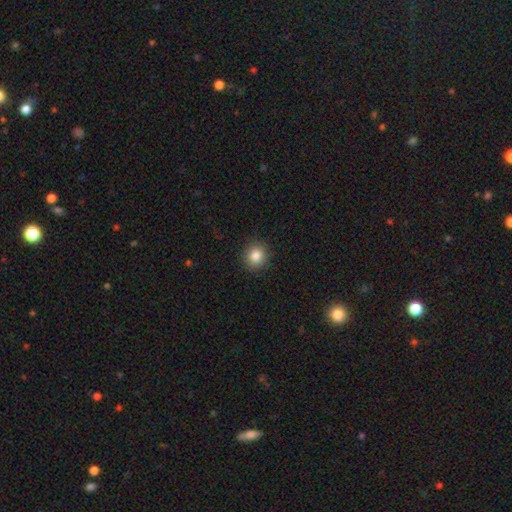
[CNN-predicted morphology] Smooth or featured? smooth (84%)
How rounded? round (88%)
Merging? none (91%)